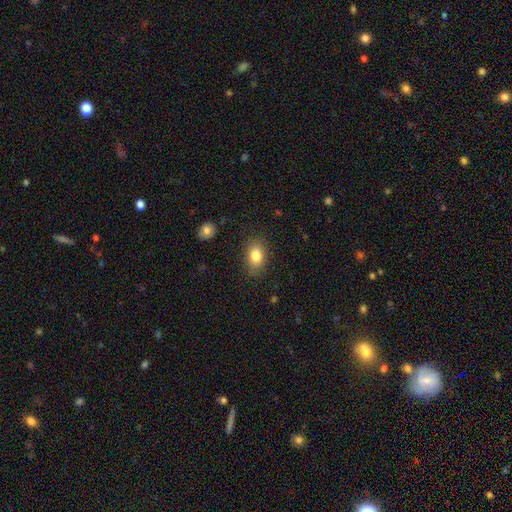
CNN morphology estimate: Smooth or featured? smooth (83%)
How rounded? in between (85%)
Merging? none (83%)